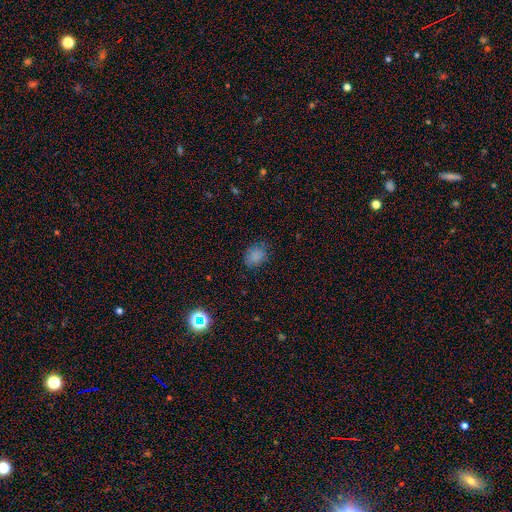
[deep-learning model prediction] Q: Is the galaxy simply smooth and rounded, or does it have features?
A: smooth — 81%.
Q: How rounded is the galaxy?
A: in between — 56%.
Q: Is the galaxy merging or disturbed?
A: none — 78%.